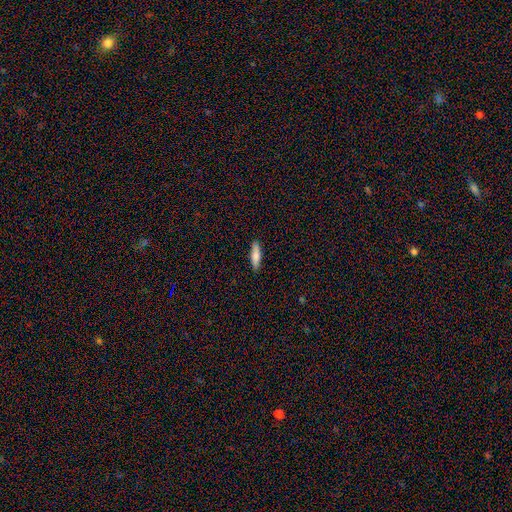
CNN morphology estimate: Smooth or featured? smooth (74%)
How rounded? cigar-shaped (71%)
Merging? none (88%)